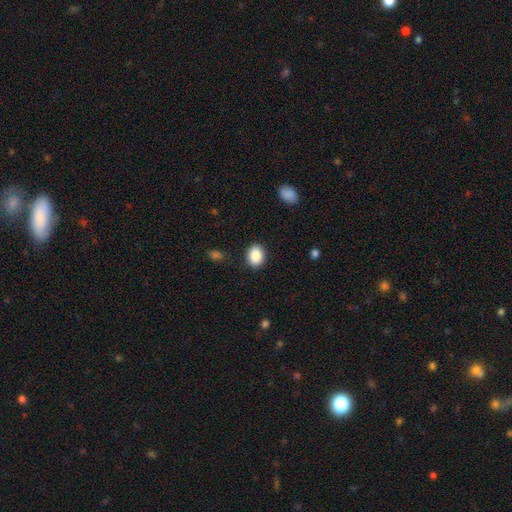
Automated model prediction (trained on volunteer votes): Smooth or featured? Predicted: smooth (p=0.88). How rounded? Predicted: in between (p=0.63). Merging? Predicted: none (p=0.88).